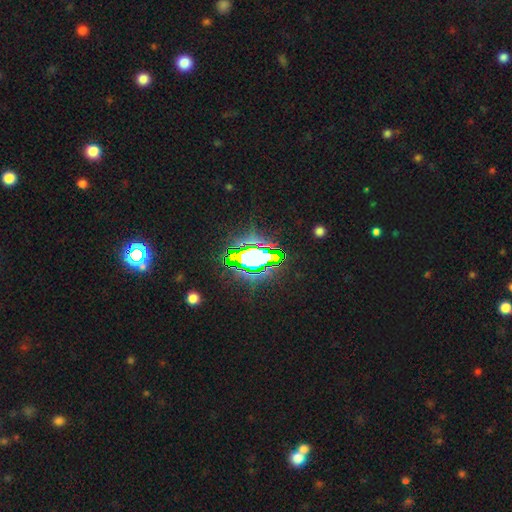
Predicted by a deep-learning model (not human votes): Smooth or featured: star or artifact — 72% (featured or disk — 14%)